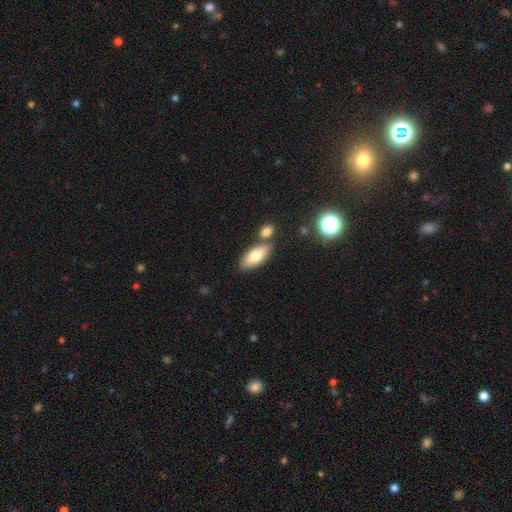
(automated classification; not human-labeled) Smooth or featured?
  - smooth: 78% *
  - featured or disk: 15%
  - star or artifact: 7%
How rounded?
  - in between: 85% *
  - cigar-shaped: 12%
  - round: 3%
Merging?
  - none: 70% *
  - merger: 16%
  - minor disturbance: 11%
  - major disturbance: 3%